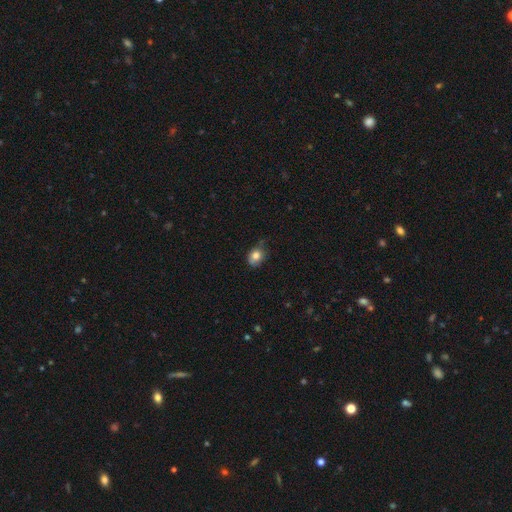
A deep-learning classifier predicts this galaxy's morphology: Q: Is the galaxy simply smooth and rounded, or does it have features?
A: smooth — 81%.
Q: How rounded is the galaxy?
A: in between — 52%.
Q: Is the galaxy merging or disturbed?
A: none — 59%.